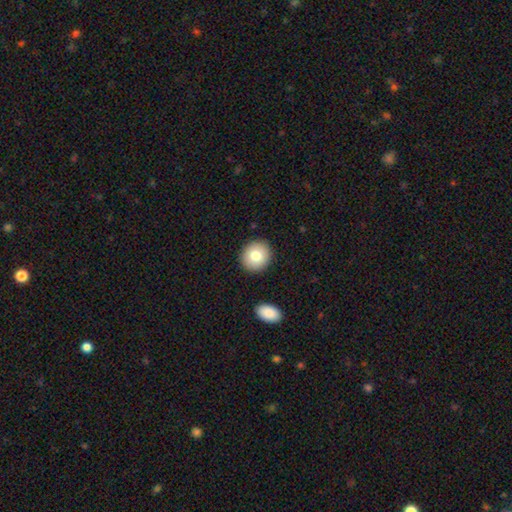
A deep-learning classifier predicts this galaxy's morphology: A smooth galaxy with no disk features (79%) that is round (82%).

Vote fractions:
- Smooth or featured? smooth: 79% / featured or disk: 13% / star or artifact: 8%
- How rounded? round: 82% / in between: 17% / cigar-shaped: 1%
- Merging? none: 89% / minor disturbance: 7% / merger: 2% / major disturbance: 2%